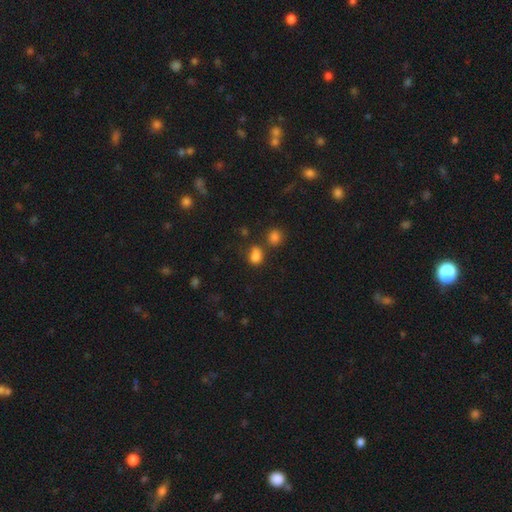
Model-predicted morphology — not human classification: smooth 78%, star or artifact 15%, featured or disk 6%. Down the decision tree: how rounded — in between (63%); merging — none (48%).